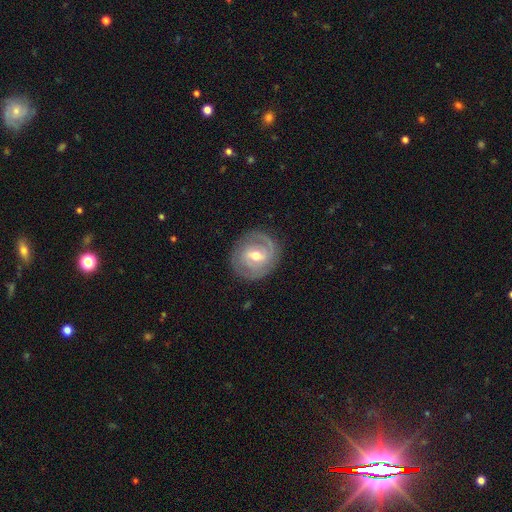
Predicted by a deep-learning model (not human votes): Q: Smooth or featured?
A: featured or disk (79%); runner-up: smooth (15%)
Q: Edge-on disk?
A: no (97%); runner-up: yes (3%)
Q: Bar?
A: weak (53%); runner-up: strong (27%)
Q: Spiral arms?
A: yes (87%); runner-up: no (13%)
Q: Spiral winding?
A: tight (59%); runner-up: medium (32%)
Q: Spiral arm count?
A: 2 (68%); runner-up: can't tell (15%)
Q: Bulge size?
A: moderate (68%); runner-up: small (27%)
Q: Merging?
A: none (83%); runner-up: minor disturbance (12%)